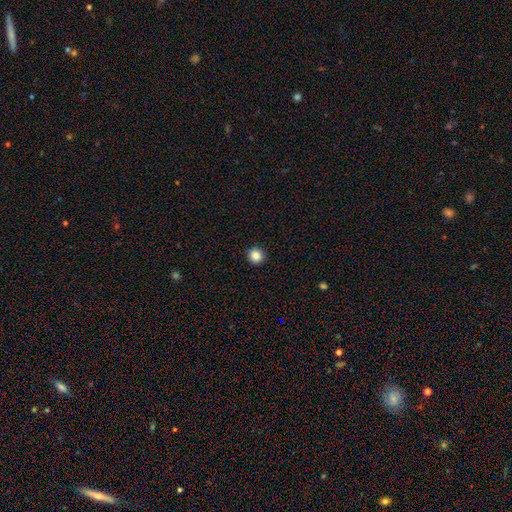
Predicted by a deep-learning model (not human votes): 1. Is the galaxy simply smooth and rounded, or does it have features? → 86% smooth, 10% star or artifact, 3% featured or disk.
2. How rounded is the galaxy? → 95% round, 4% in between, 1% cigar-shaped.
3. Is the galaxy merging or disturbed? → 93% none, 4% minor disturbance, 1% major disturbance, 1% merger.